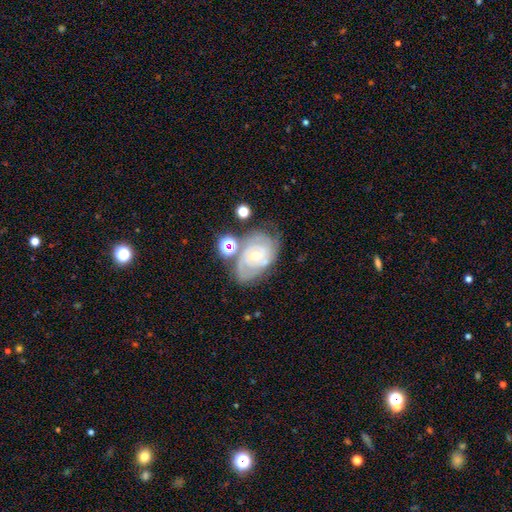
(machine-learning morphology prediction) smooth_or_featured: featured or disk (p=0.77) [alt: smooth p=0.14]
disk_edge_on: no (p=0.96) [alt: yes p=0.04]
bar: no (p=0.71) [alt: weak p=0.24]
has_spiral_arms: yes (p=0.90) [alt: no p=0.10]
spiral_winding: tight (p=0.65) [alt: medium p=0.28]
spiral_arm_count: can't tell (p=0.36) [alt: 2 p=0.33]
bulge_size: small (p=0.52) [alt: moderate p=0.44]
merging: none (p=0.55) [alt: minor disturbance p=0.23]